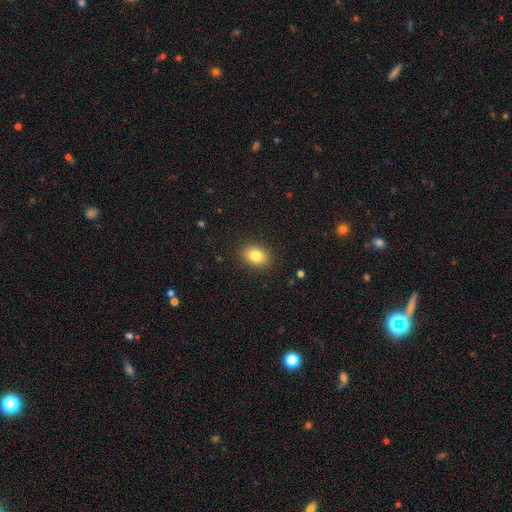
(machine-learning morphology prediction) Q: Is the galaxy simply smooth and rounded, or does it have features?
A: smooth — 83%.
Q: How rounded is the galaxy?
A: in between — 69%.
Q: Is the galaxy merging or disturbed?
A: none — 89%.